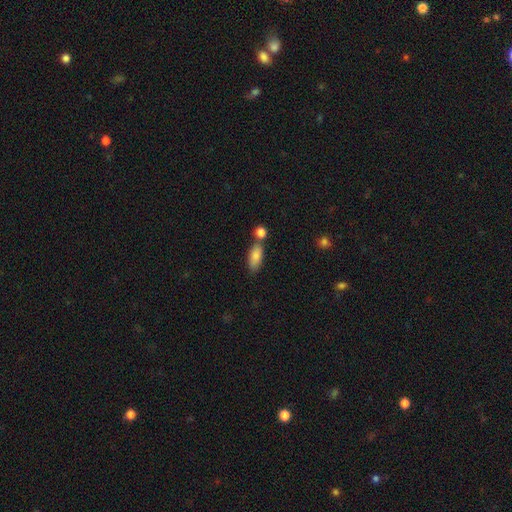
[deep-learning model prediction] Q: Smooth or featured?
A: smooth (83%); runner-up: featured or disk (10%)
Q: How rounded?
A: in between (80%); runner-up: cigar-shaped (16%)
Q: Merging?
A: none (61%); runner-up: merger (21%)